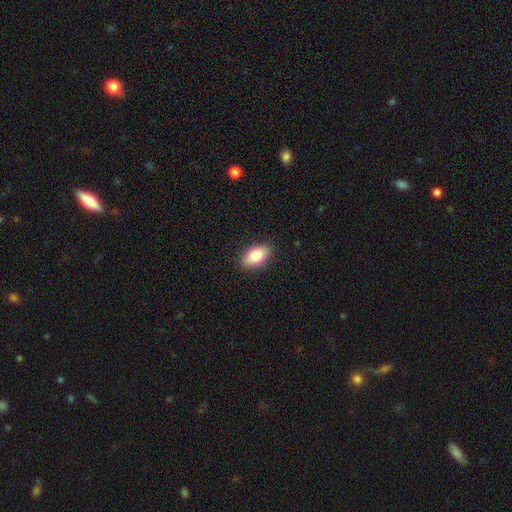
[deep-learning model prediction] Morphology: type=smooth (79%); roundness=in between (90%); merging=none (89%).